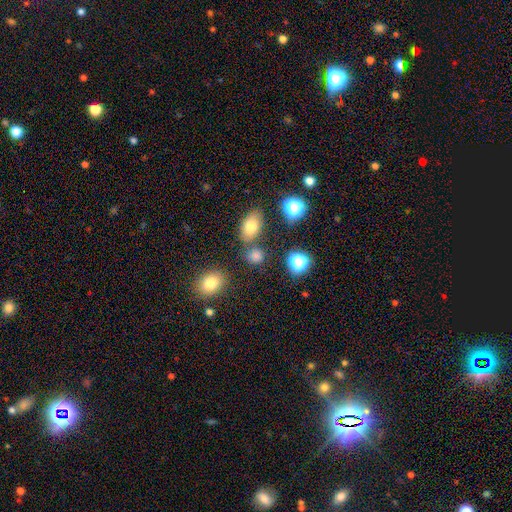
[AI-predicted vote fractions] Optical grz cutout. It shows a smooth galaxy with no disk features (73%) that is round (64%). Merging: none (72%).